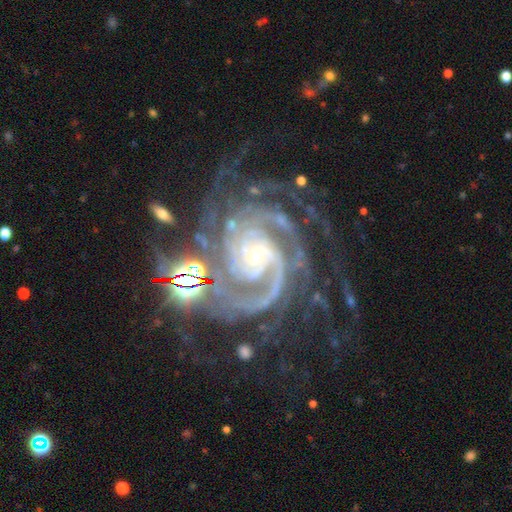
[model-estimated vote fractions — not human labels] Overall: featured or disk (93%). Edge-on disk: no (98%). Bar: no (51%; weak 32%). Spiral arms: yes (99%). Spiral arm count: 2 (27%; 3 24%). Spiral winding: tight (63%; medium 32%). Bulge size: small (62%; moderate 33%). Merging: none (59%).